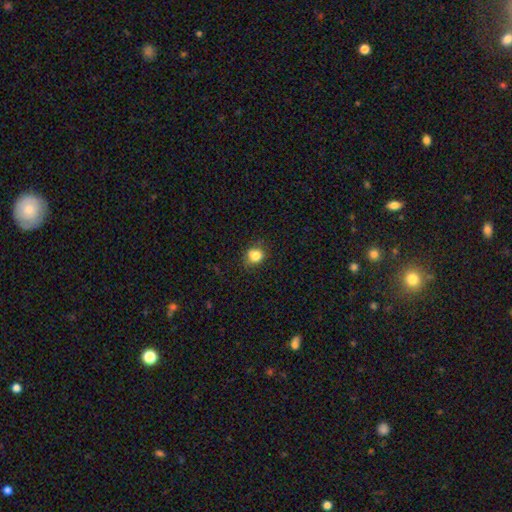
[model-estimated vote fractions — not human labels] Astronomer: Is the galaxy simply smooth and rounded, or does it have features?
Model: smooth — 81%.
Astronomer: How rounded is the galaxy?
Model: round — 67%.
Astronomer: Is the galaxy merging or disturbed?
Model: none — 71%.